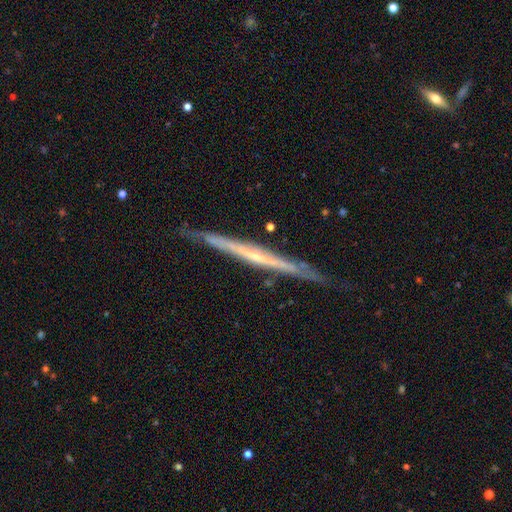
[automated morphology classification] type=featured or disk (78%); edge-on=yes (97%); edge-on bulge=none (58%); merging=none (83%).